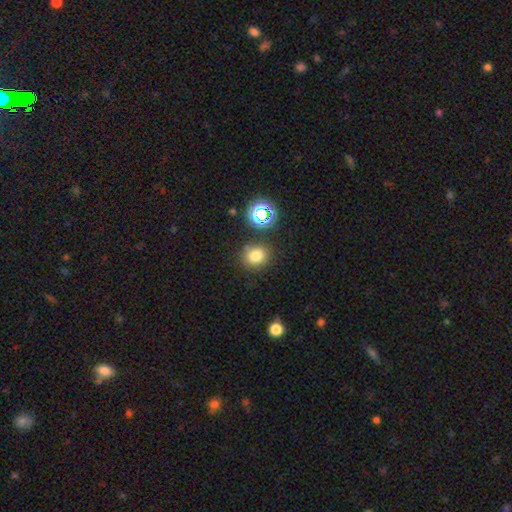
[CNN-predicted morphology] A smooth galaxy with no disk features (74%) that is round (70%).

Vote fractions:
- Smooth or featured? smooth: 74% / star or artifact: 18% / featured or disk: 8%
- How rounded? round: 70% / in between: 29% / cigar-shaped: 1%
- Merging? none: 79% / minor disturbance: 11% / merger: 7% / major disturbance: 3%